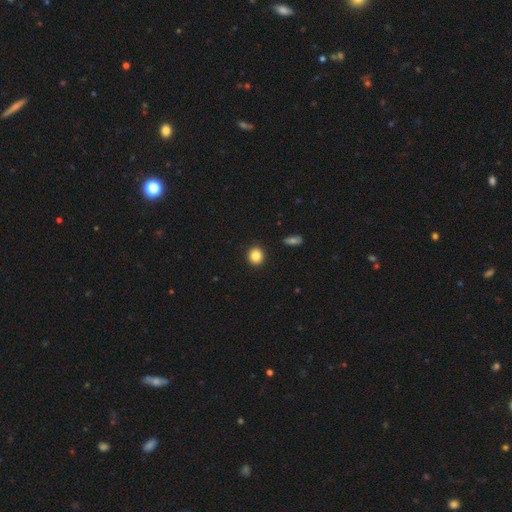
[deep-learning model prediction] The model was most divided on "how rounded": round: 86%, in between: 13%, cigar-shaped: 1%. More confident: merging — none (92%); smooth or featured — smooth (85%).